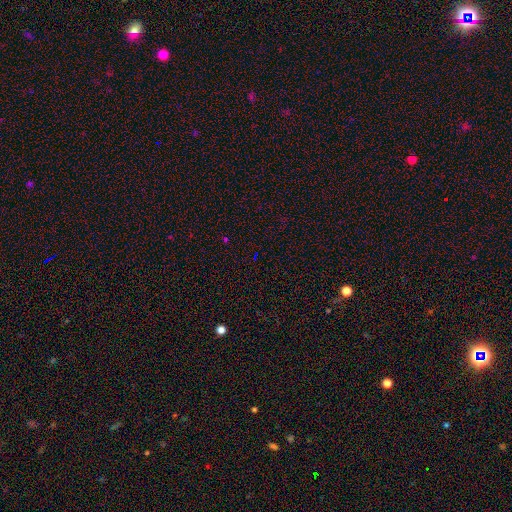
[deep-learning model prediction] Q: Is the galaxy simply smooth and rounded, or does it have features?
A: star or artifact — 71%.